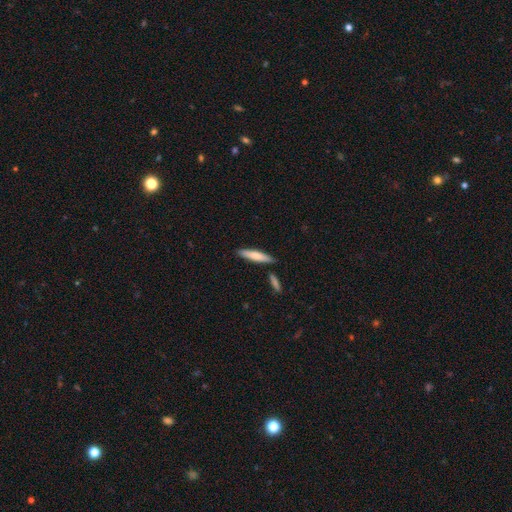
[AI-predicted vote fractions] Smooth or featured? Predicted: smooth (p=0.70). How rounded? Predicted: cigar-shaped (p=0.83). Merging? Predicted: none (p=0.83).